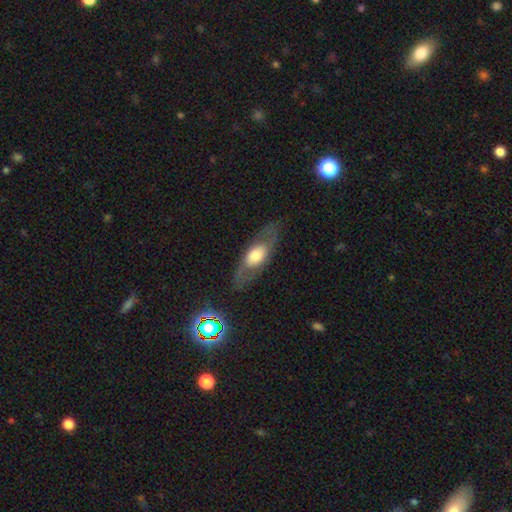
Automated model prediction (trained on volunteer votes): Q: Smooth or featured?
A: featured or disk (53%); runner-up: smooth (40%)
Q: Edge-on disk?
A: no (64%); runner-up: yes (36%)
Q: Merging?
A: none (75%); runner-up: minor disturbance (14%)